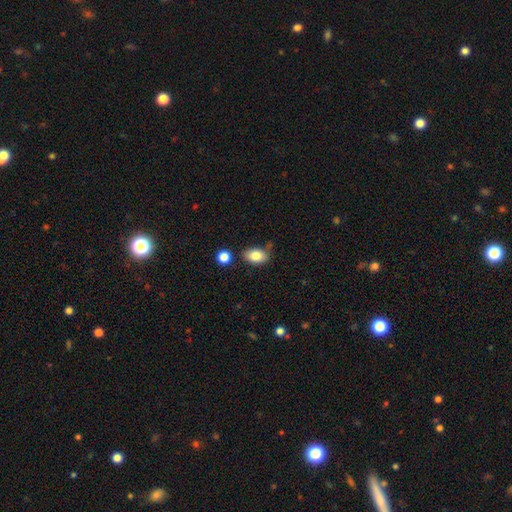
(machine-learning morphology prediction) type=smooth (82%); roundness=in between (85%); merging=none (70%).